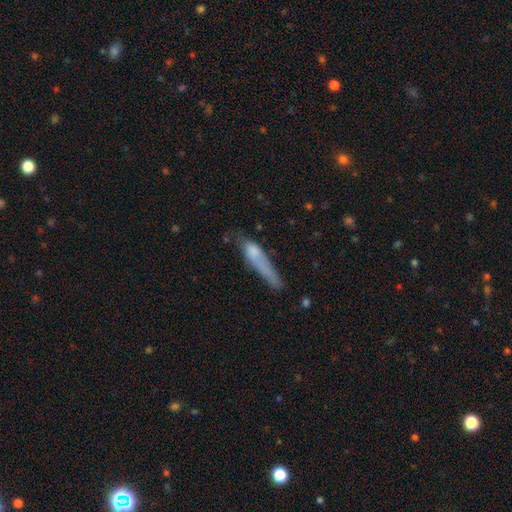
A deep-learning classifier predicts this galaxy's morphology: This appears to be a smooth galaxy with no disk features (64%) that is cigar-shaped (83%). Merging: none (38%).